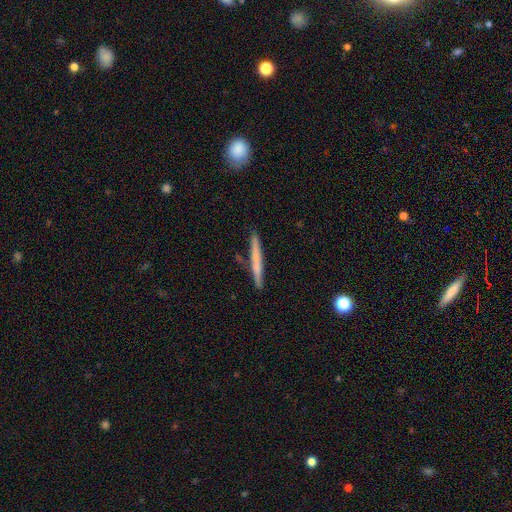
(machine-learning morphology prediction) A smooth galaxy with no disk features (46%).

Vote fractions:
- Smooth or featured? smooth: 46% / featured or disk: 43% / star or artifact: 11%
- Merging? none: 87% / minor disturbance: 9% / major disturbance: 2% / merger: 2%